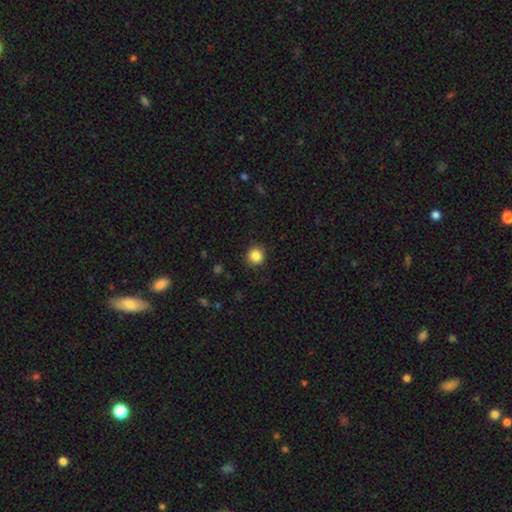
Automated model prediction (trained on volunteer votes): Smooth or featured: smooth — 85% (star or artifact — 11%)
How rounded: round — 94% (in between — 5%)
Merging: none — 92% (minor disturbance — 5%)